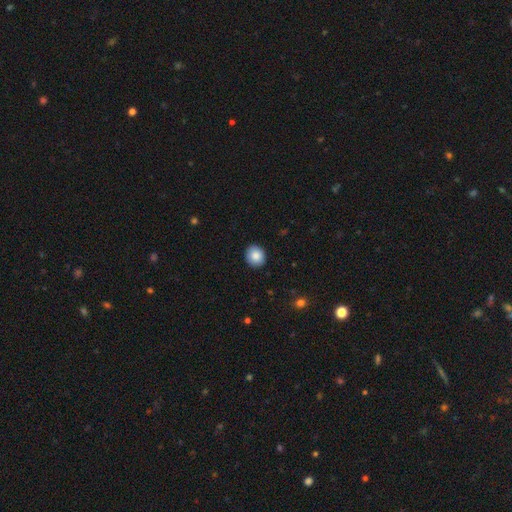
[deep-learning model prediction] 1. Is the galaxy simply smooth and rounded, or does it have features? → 87% smooth, 8% star or artifact, 5% featured or disk.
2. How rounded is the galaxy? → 80% round, 19% in between, 1% cigar-shaped.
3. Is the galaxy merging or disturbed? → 91% none, 6% minor disturbance, 2% major disturbance, 1% merger.